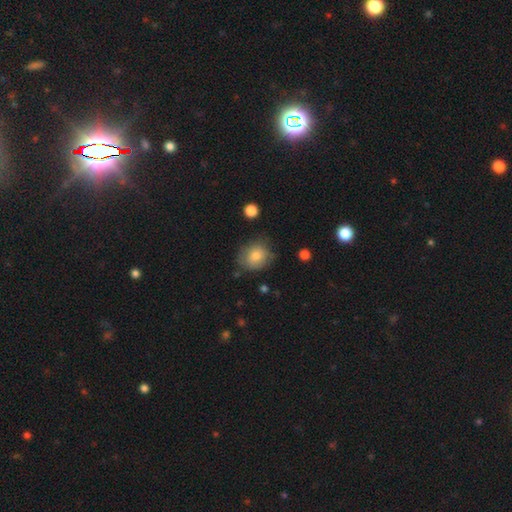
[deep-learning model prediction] smooth 80%, featured or disk 11%, star or artifact 9%. Down the decision tree: how rounded — round (67%); merging — none (70%).